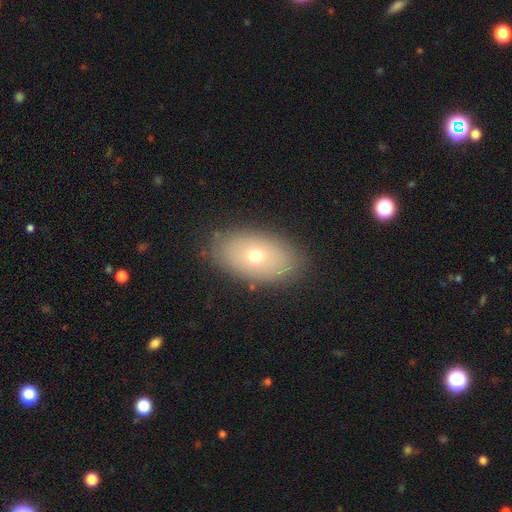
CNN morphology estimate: Smooth or featured?
  - smooth: 64% *
  - featured or disk: 25%
  - star or artifact: 11%
How rounded?
  - in between: 88% *
  - round: 11%
  - cigar-shaped: 2%
Merging?
  - none: 84% *
  - minor disturbance: 10%
  - major disturbance: 4%
  - merger: 1%